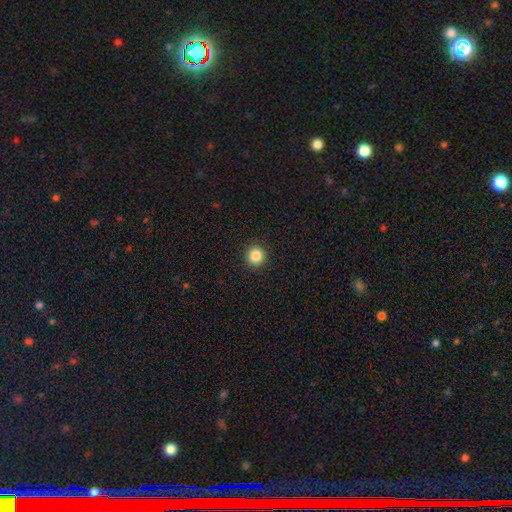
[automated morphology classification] smooth_or_featured: smooth (p=0.85) [alt: star or artifact p=0.10]
how_rounded: round (p=0.94) [alt: in between p=0.05]
merging: none (p=0.93) [alt: minor disturbance p=0.05]